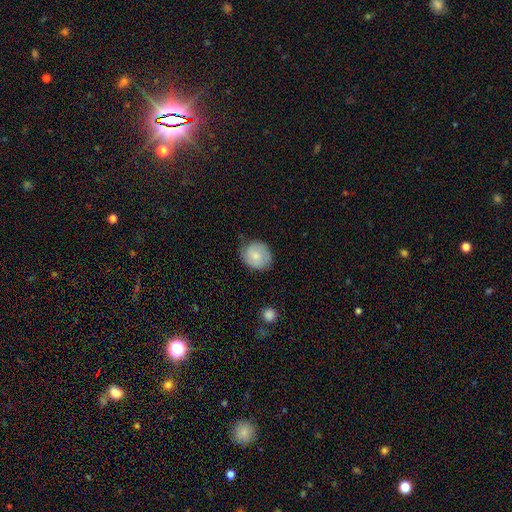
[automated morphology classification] Smooth or featured? smooth (66%)
How rounded? round (67%)
Merging? none (64%)